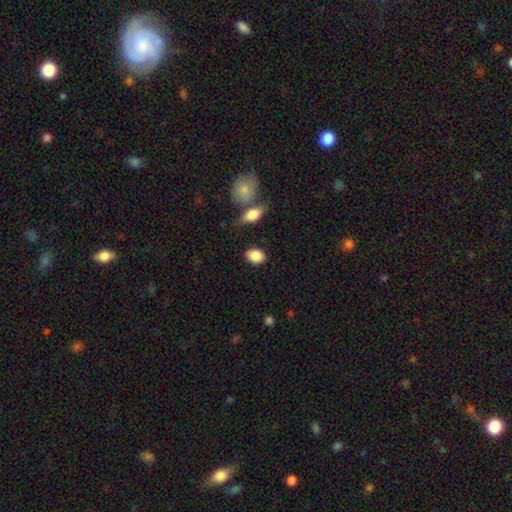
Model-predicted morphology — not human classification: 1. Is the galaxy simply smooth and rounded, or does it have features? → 87% smooth, 7% star or artifact, 6% featured or disk.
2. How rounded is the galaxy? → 69% in between, 30% round, 2% cigar-shaped.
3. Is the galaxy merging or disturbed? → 81% none, 12% minor disturbance, 4% merger, 3% major disturbance.